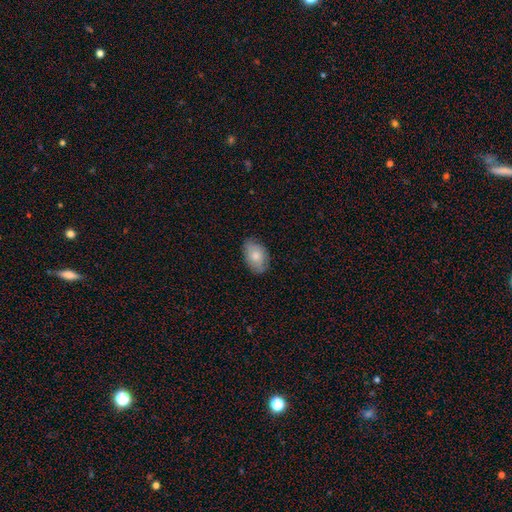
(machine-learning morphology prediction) Smooth or featured? Predicted: smooth (p=0.76). How rounded? Predicted: in between (p=0.89). Merging? Predicted: none (p=0.77).